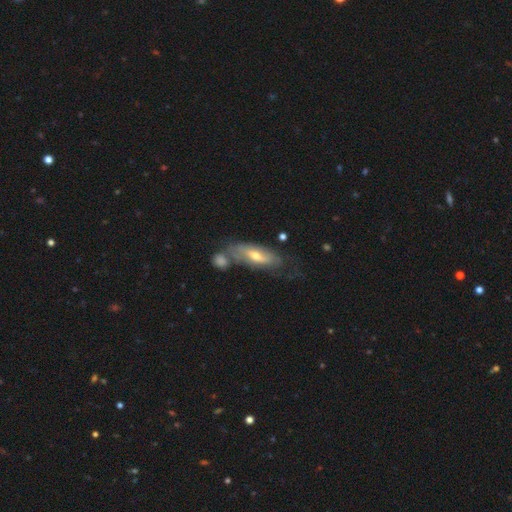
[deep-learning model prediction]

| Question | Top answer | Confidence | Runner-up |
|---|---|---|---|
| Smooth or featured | featured or disk | 56% | smooth (34%) |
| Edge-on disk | no | 69% | yes (31%) |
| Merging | none | 46% | merger (29%) |